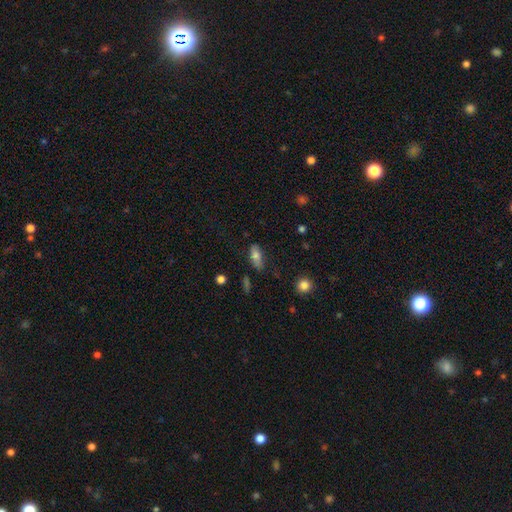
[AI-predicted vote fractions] Q: Smooth or featured?
A: smooth (73%); runner-up: featured or disk (19%)
Q: How rounded?
A: in between (80%); runner-up: cigar-shaped (16%)
Q: Merging?
A: none (66%); runner-up: minor disturbance (25%)